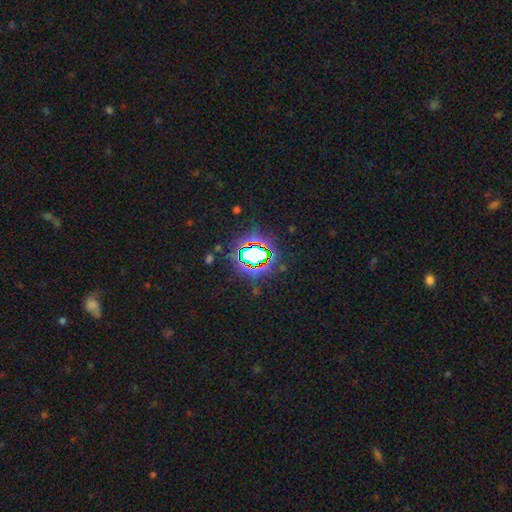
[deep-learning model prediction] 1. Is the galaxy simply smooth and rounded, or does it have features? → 79% star or artifact, 12% smooth, 8% featured or disk.